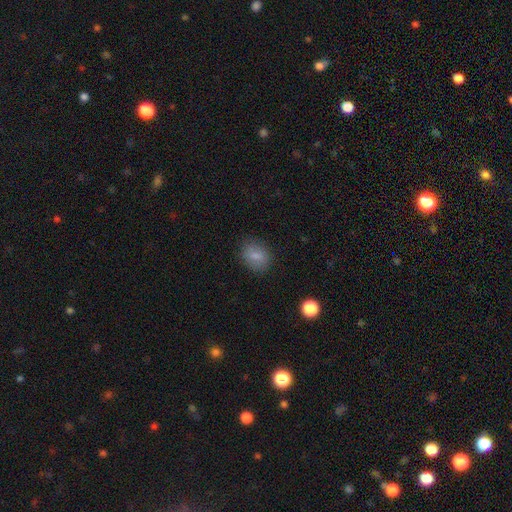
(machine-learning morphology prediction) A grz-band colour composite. It shows a smooth galaxy with no disk features (83%) that is in between round and cigar-shaped (57%). Merging: none (83%).